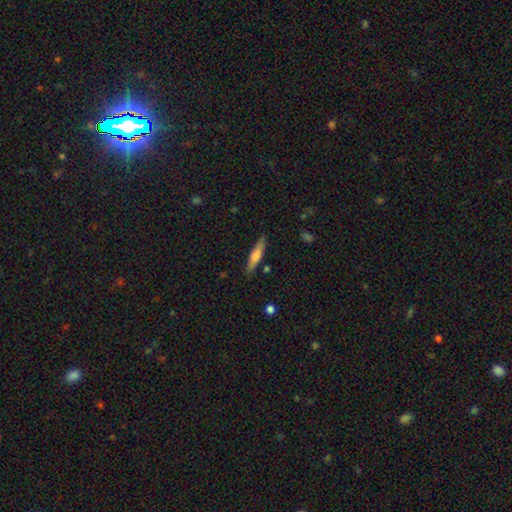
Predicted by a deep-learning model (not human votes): smooth 58%, featured or disk 36%, star or artifact 6%. Down the decision tree: how rounded — cigar-shaped (85%); merging — none (86%).